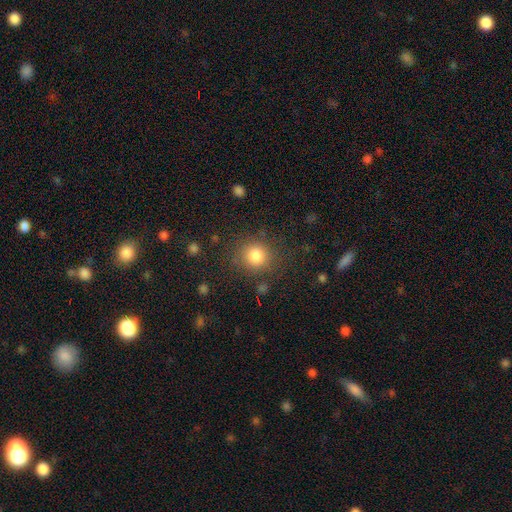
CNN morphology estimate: This appears to be a smooth galaxy with no disk features (83%) that is round (88%). Merging: none (82%).